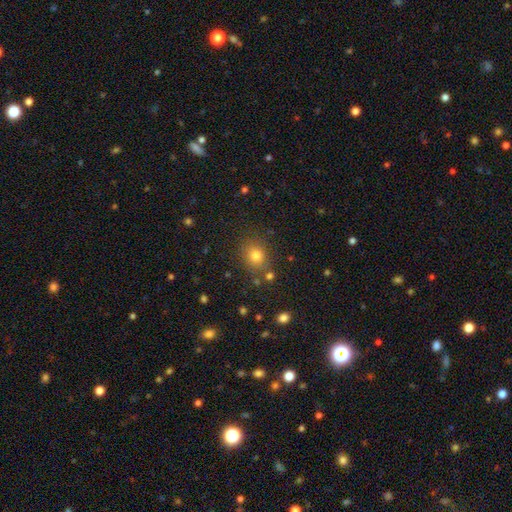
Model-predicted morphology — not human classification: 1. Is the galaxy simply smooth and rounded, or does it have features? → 77% smooth, 15% star or artifact, 8% featured or disk.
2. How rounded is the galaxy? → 67% round, 32% in between, 1% cigar-shaped.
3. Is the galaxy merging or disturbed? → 80% none, 11% minor disturbance, 5% merger, 4% major disturbance.